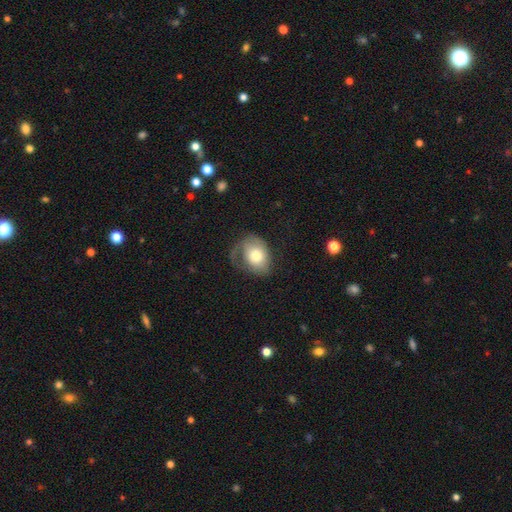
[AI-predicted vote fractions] Smooth or featured? smooth (61%)
How rounded? in between (67%)
Merging? none (39%)